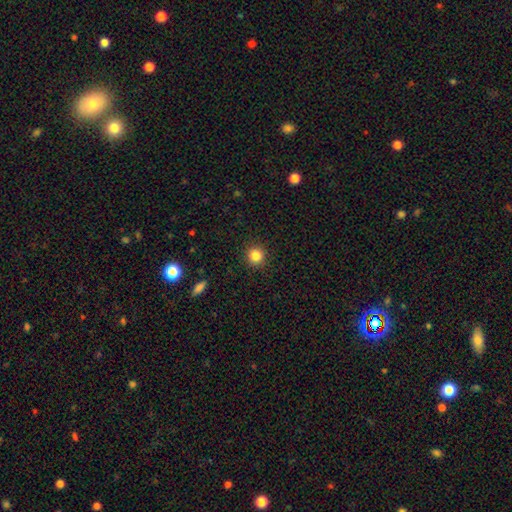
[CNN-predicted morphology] Smooth or featured?
  - smooth: 84% *
  - star or artifact: 12%
  - featured or disk: 5%
How rounded?
  - round: 94% *
  - in between: 5%
  - cigar-shaped: 1%
Merging?
  - none: 92% *
  - minor disturbance: 5%
  - major disturbance: 2%
  - merger: 1%